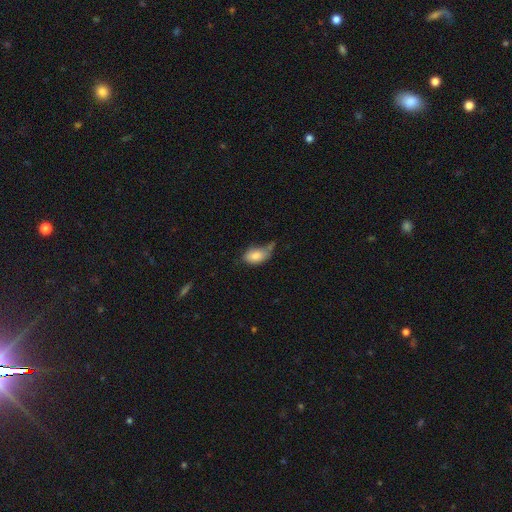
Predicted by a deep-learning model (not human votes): smooth 81%, featured or disk 12%, star or artifact 7%. Down the decision tree: how rounded — in between (90%); merging — none (36%).